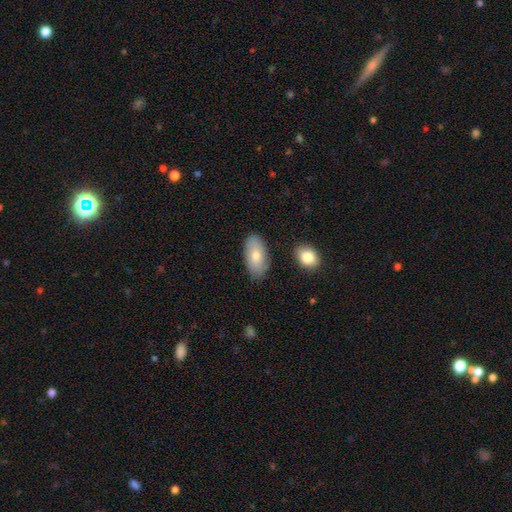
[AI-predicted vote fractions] Morphology: type=smooth (75%); roundness=in between (94%); merging=none (84%).